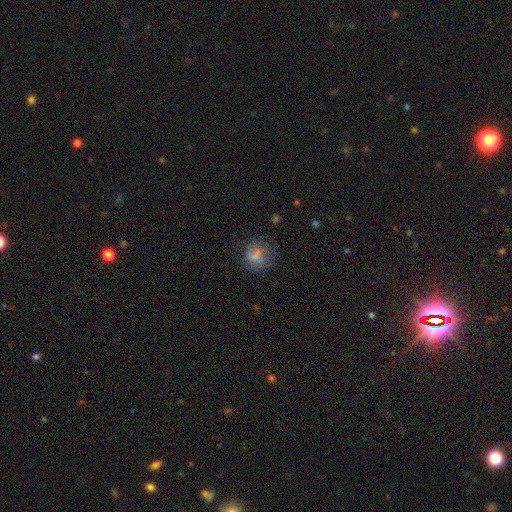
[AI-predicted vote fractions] Overall: smooth (68%). How rounded: round (76%). Merging: none (57%; minor disturbance 23%).